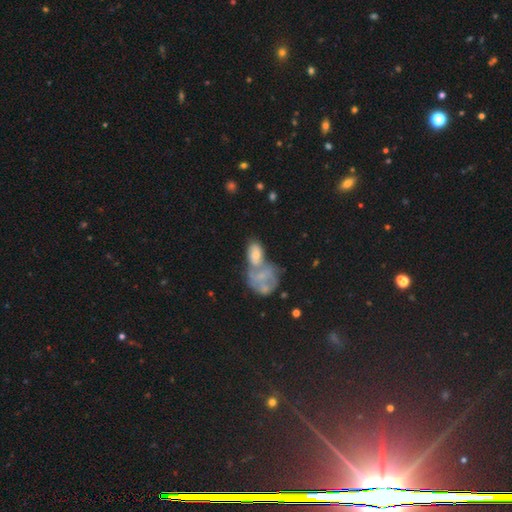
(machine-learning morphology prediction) Smooth or featured? Predicted: smooth (p=0.42, tied with featured or disk). Merging? Predicted: merger (p=0.56).